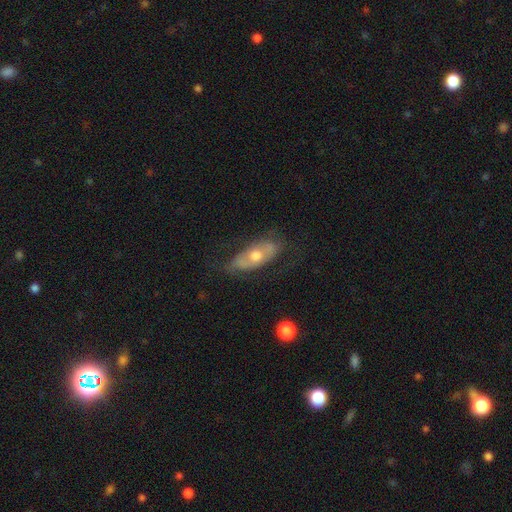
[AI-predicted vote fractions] Morphology: type=featured or disk (56%); edge-on=no (78%); merging=none (64%).